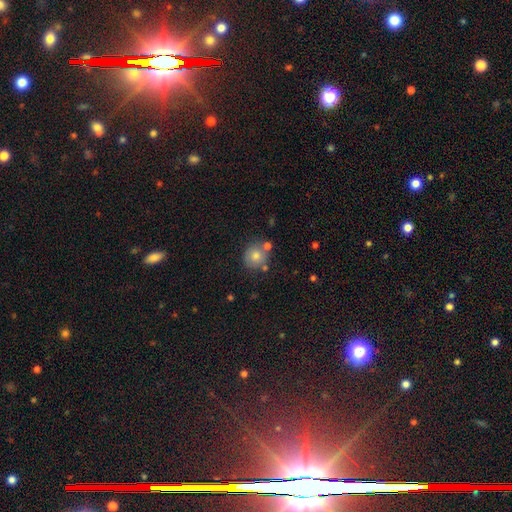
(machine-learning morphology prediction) smooth 74%, featured or disk 16%, star or artifact 10%. Down the decision tree: how rounded — round (87%); merging — none (65%).